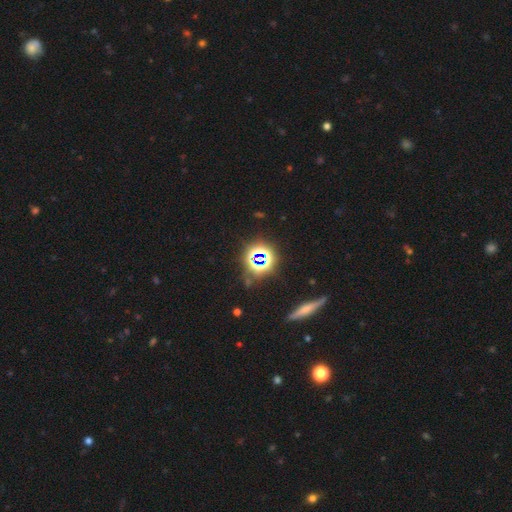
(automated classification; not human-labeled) A star or artifact, not a galaxy (72%).